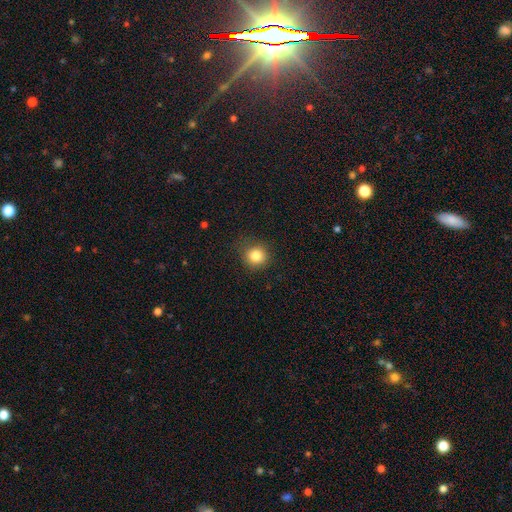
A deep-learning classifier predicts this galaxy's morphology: Smooth or featured?
  - smooth: 83% *
  - star or artifact: 11%
  - featured or disk: 6%
How rounded?
  - round: 88% *
  - in between: 11%
  - cigar-shaped: 1%
Merging?
  - none: 83% *
  - minor disturbance: 12%
  - major disturbance: 4%
  - merger: 1%